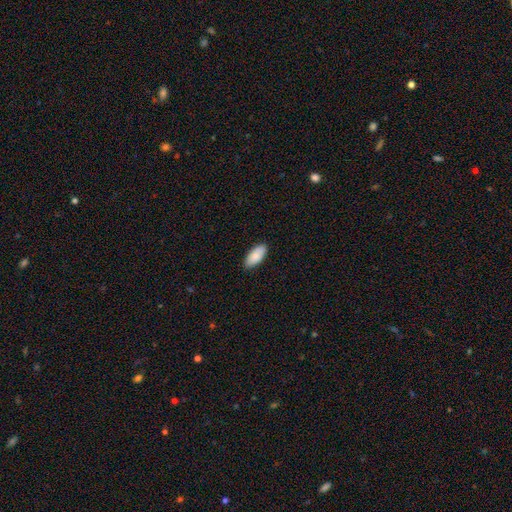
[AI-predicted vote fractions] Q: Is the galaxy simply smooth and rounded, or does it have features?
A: smooth — 87%.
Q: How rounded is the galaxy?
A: in between — 89%.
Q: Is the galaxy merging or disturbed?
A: none — 87%.